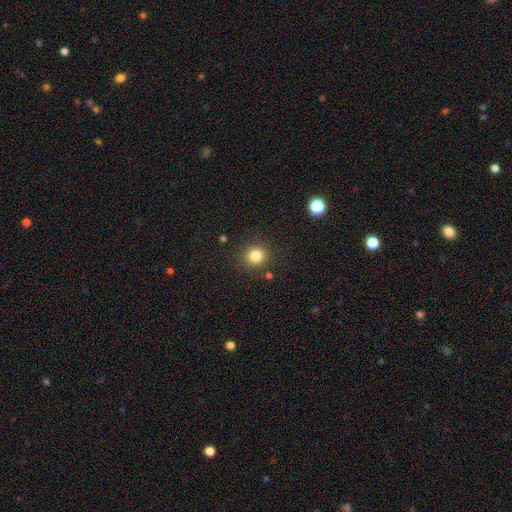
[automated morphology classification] Smooth or featured?
  - smooth: 82% *
  - star or artifact: 12%
  - featured or disk: 5%
How rounded?
  - round: 91% *
  - in between: 9%
  - cigar-shaped: 1%
Merging?
  - none: 86% *
  - minor disturbance: 8%
  - merger: 3%
  - major disturbance: 3%